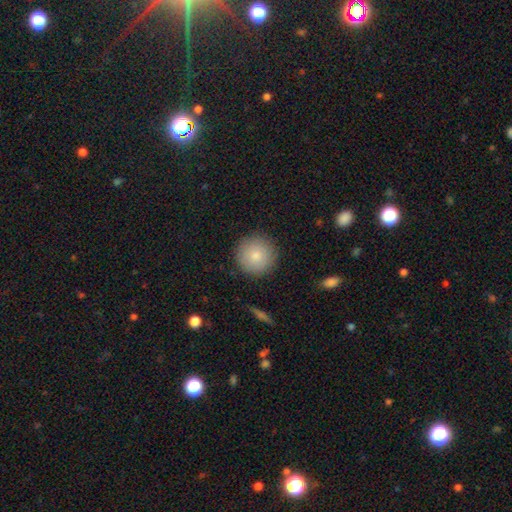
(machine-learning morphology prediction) A smooth galaxy with no disk features (82%) that is round (96%). Merging: none (90%).